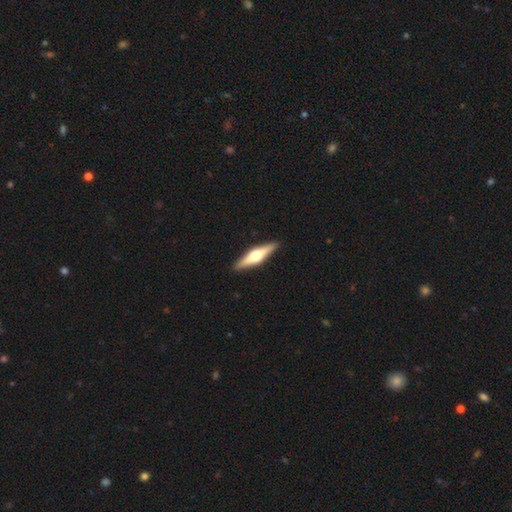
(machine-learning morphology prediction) smooth-or-featured: featured or disk: 67% | smooth: 28% | star or artifact: 5%
  disk-edge-on: yes: 97% | no: 3%
    edge-on-bulge: rounded: 94% | boxy: 4% | none: 2%
  merging: none: 91% | minor disturbance: 6% | major disturbance: 1% | merger: 1%